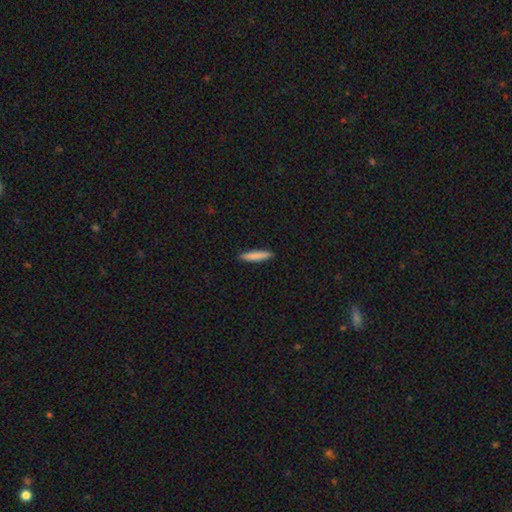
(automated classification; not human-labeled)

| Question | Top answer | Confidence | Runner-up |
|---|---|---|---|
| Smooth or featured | smooth | 84% | featured or disk (11%) |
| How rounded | cigar-shaped | 91% | in between (8%) |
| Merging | none | 91% | minor disturbance (6%) |